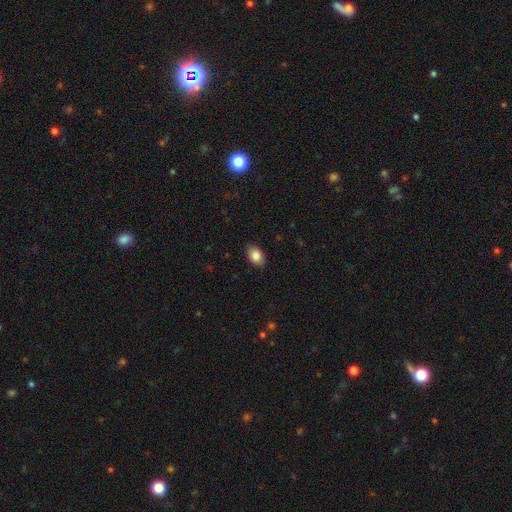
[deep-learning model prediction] Smooth or featured?
  - smooth: 85% *
  - star or artifact: 8%
  - featured or disk: 7%
How rounded?
  - in between: 81% *
  - round: 18%
  - cigar-shaped: 1%
Merging?
  - none: 84% *
  - minor disturbance: 13%
  - major disturbance: 2%
  - merger: 1%